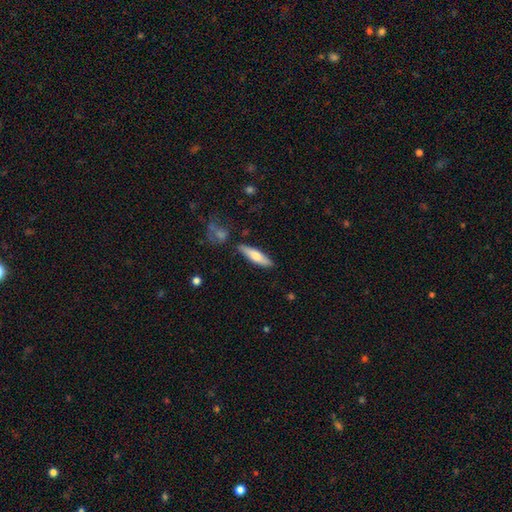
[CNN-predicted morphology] Smooth or featured? Predicted: smooth (p=0.64). How rounded? Predicted: cigar-shaped (p=0.70). Merging? Predicted: none (p=0.84).